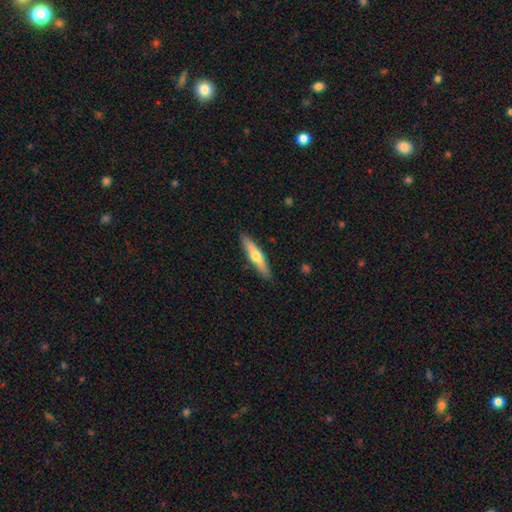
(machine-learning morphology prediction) Smooth or featured? featured or disk (48%)
Merging? none (89%)